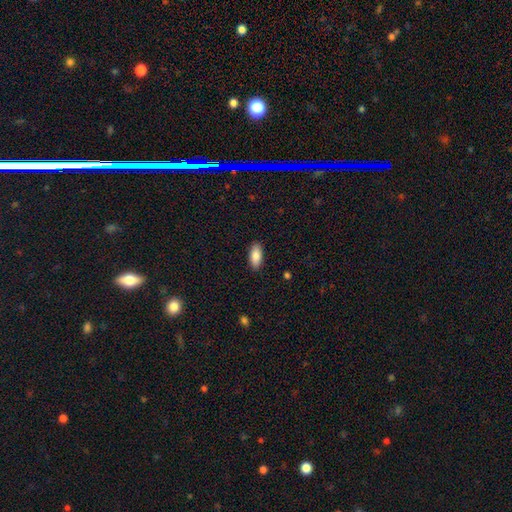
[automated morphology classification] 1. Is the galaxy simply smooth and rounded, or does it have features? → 86% smooth, 8% featured or disk, 6% star or artifact.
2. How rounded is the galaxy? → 87% in between, 11% cigar-shaped, 2% round.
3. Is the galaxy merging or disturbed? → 89% none, 8% minor disturbance, 2% major disturbance, 1% merger.